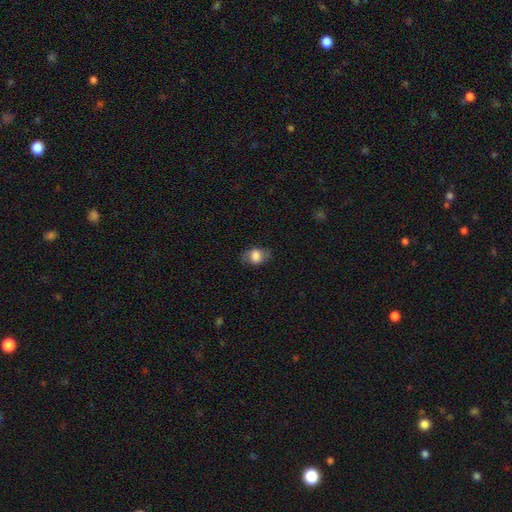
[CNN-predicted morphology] This appears to be a smooth galaxy with no disk features (75%) that is in between round and cigar-shaped (72%). Merging: none (73%).